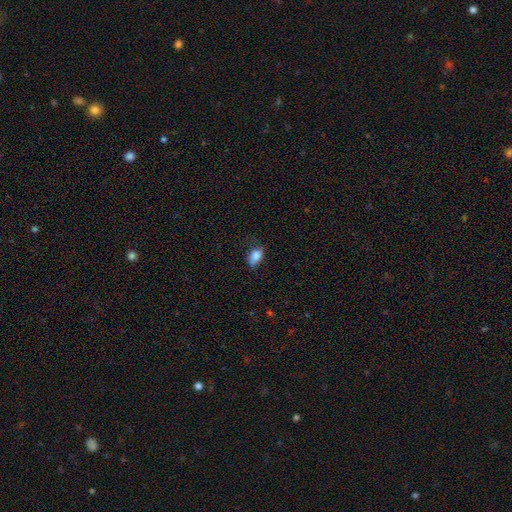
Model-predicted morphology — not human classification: Smooth or featured? smooth (82%)
How rounded? in between (80%)
Merging? none (53%)